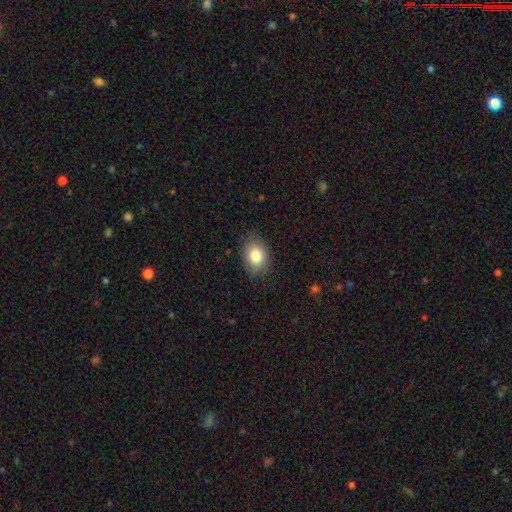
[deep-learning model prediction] smooth 82%, featured or disk 10%, star or artifact 8%. Down the decision tree: how rounded — in between (75%); merging — none (85%).